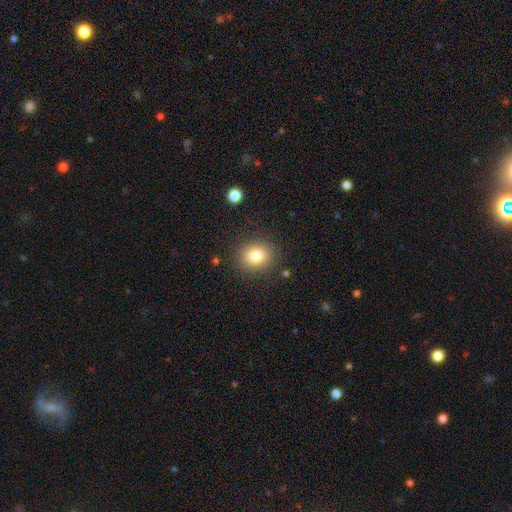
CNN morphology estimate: This appears to be a smooth galaxy with no disk features (81%) that is round (69%). Merging: none (87%).